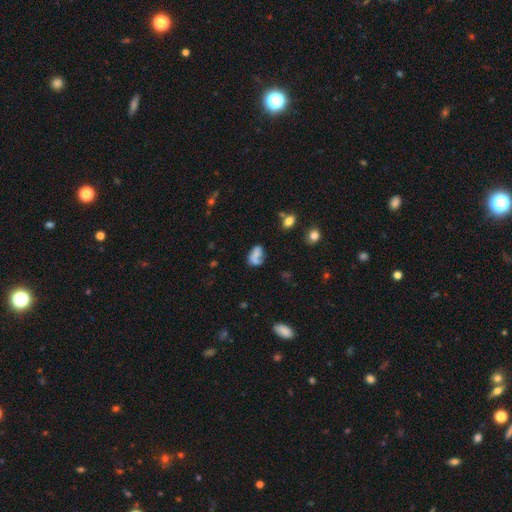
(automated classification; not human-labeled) This is possibly a smooth galaxy (55%). How rounded: clearly in between (82%). Merging: marginally none (40%).